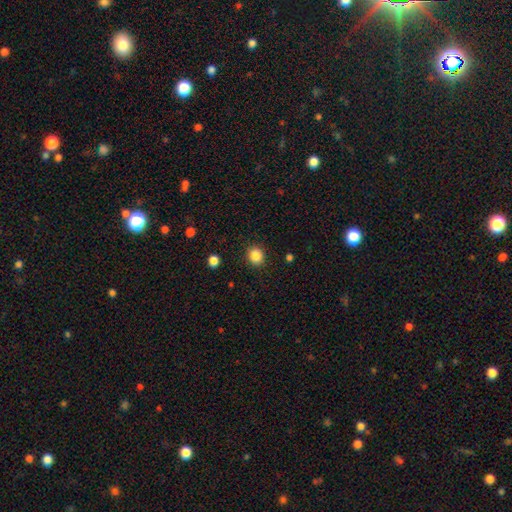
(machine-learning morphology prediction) smooth 87%, star or artifact 10%, featured or disk 3%. Down the decision tree: how rounded — round (82%); merging — none (90%).